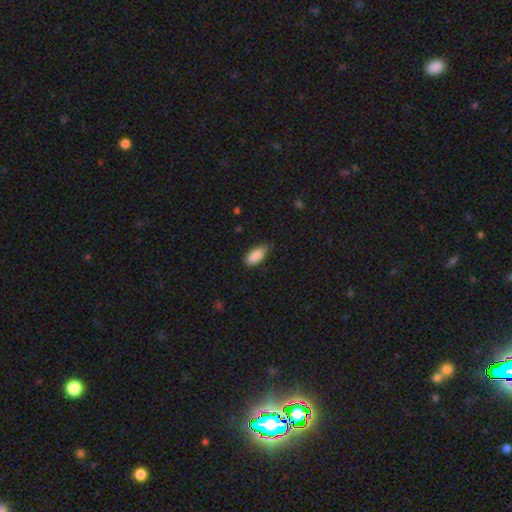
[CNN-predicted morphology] Smooth or featured? Predicted: smooth (p=0.89). How rounded? Predicted: in between (p=0.91). Merging? Predicted: none (p=0.72).